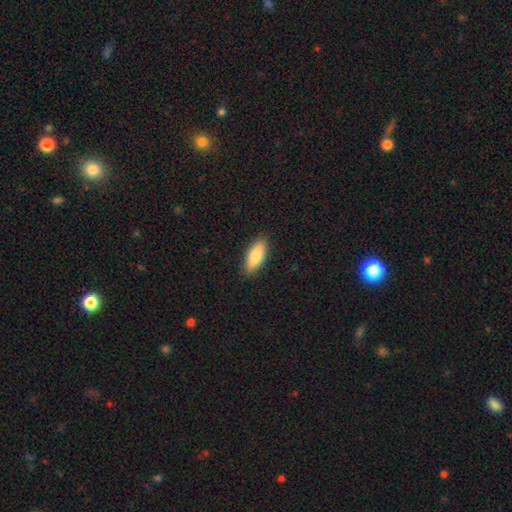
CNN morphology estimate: Smooth or featured: smooth — 83% (featured or disk — 11%)
How rounded: in between — 76% (cigar-shaped — 22%)
Merging: none — 88% (minor disturbance — 9%)